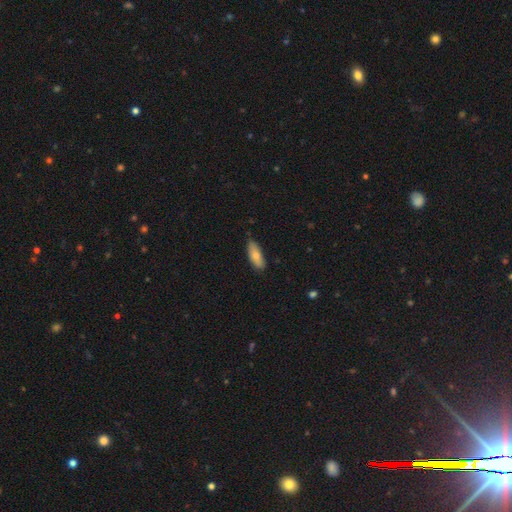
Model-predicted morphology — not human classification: Overall: smooth (77%). How rounded: in between (67%; cigar-shaped 31%). Merging: none (78%).